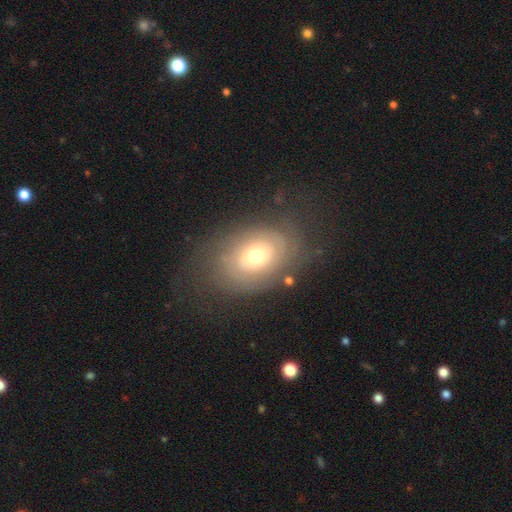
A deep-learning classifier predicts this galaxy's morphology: featured or disk 56%, smooth 35%, star or artifact 9%. Down the decision tree: edge-on disk — no (94%); bar — no (85%); spiral arms — yes (64%); bulge size — moderate (61%); merging — none (69%).